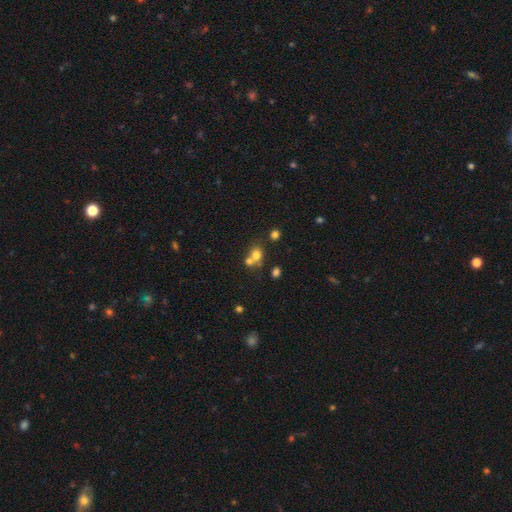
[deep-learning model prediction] Smooth or featured? smooth (72%)
How rounded? round (70%)
Merging? merger (49%)